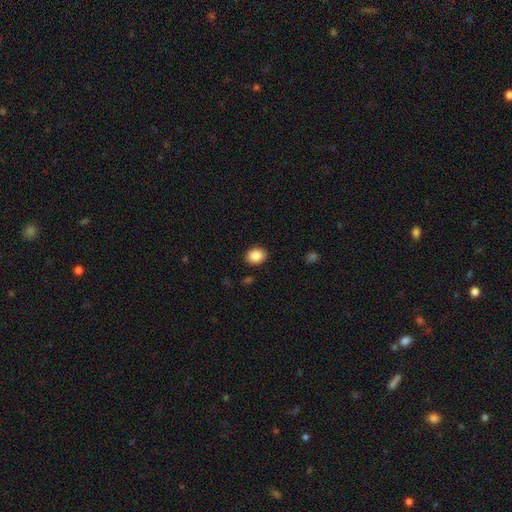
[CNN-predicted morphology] smooth_or_featured: smooth (p=0.87) [alt: star or artifact p=0.08]
how_rounded: in between (p=0.58) [alt: round p=0.42]
merging: none (p=0.89) [alt: minor disturbance p=0.08]